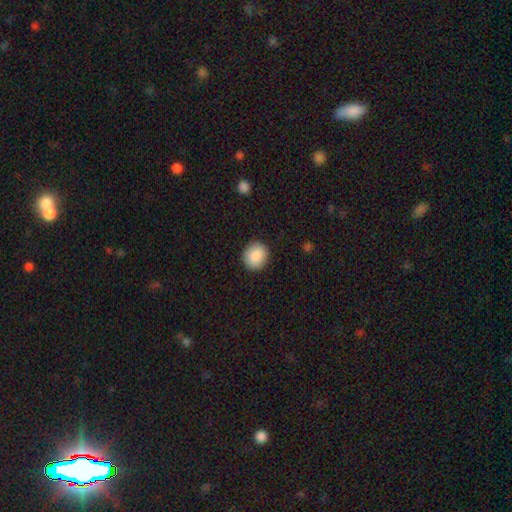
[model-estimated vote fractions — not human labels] The model was most divided on "how rounded": round: 76%, in between: 23%, cigar-shaped: 1%. More confident: merging — none (90%); smooth or featured — smooth (87%).